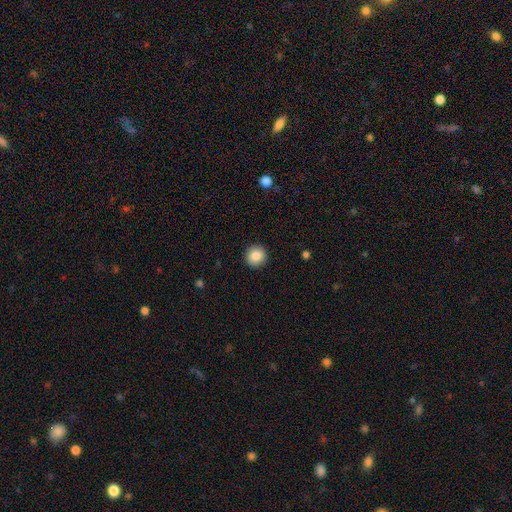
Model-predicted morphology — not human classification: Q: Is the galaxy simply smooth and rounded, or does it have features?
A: smooth — 86%.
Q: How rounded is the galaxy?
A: round — 93%.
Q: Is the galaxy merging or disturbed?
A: none — 92%.